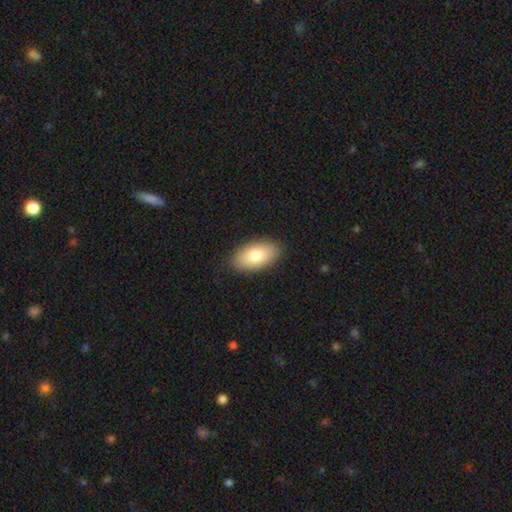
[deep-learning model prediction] smooth 79%, featured or disk 14%, star or artifact 7%. Down the decision tree: how rounded — in between (94%); merging — none (88%).